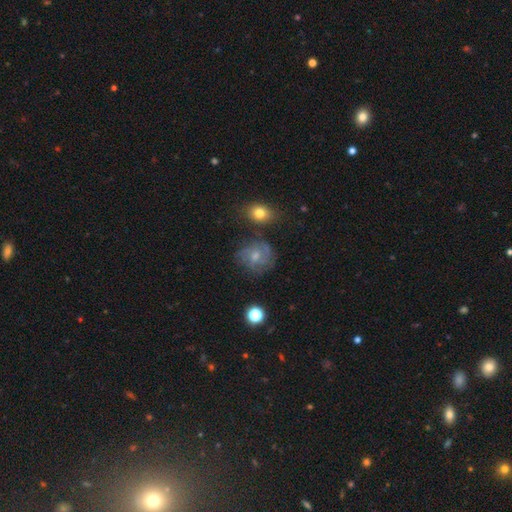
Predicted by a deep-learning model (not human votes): Overall: featured or disk (52%; smooth 36%). Edge-on disk: no (97%). Bar: no (64%; weak 32%). Spiral arms: yes (78%). Bulge size: moderate (46%; small 43%). Merging: none (61%; minor disturbance 22%).